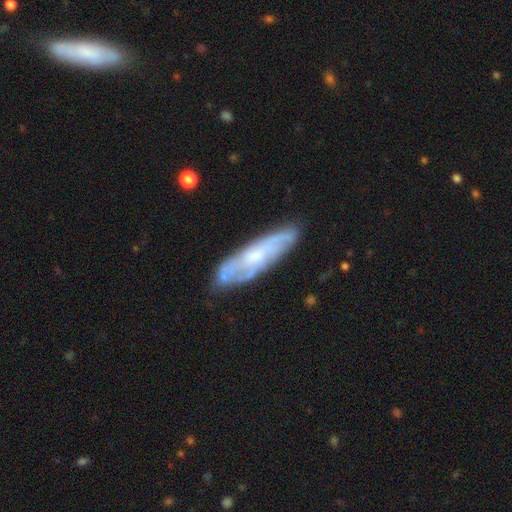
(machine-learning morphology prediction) This is likely a featured or disk galaxy (64%). It is likely not viewed edge-on (69%). Merging: likely none (74%).